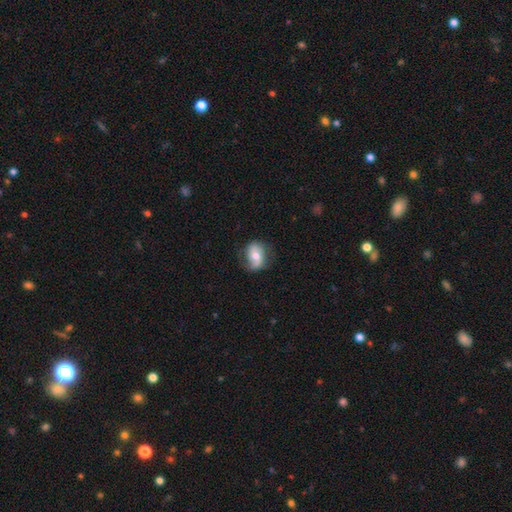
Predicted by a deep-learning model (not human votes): Smooth or featured? featured or disk (47%)
Merging? none (66%)